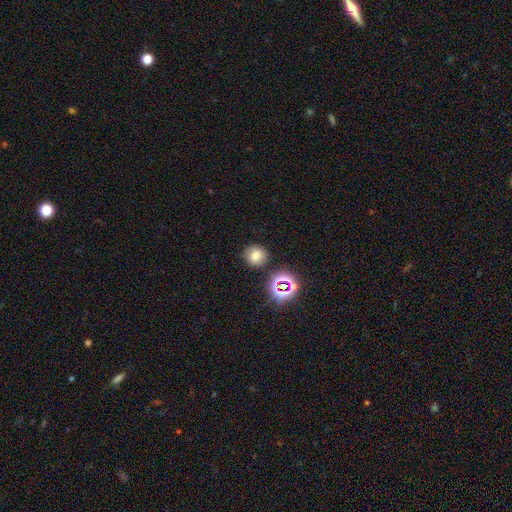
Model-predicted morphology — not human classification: Q: Smooth or featured?
A: smooth (69%); runner-up: star or artifact (21%)
Q: How rounded?
A: round (87%); runner-up: in between (12%)
Q: Merging?
A: none (84%); runner-up: minor disturbance (9%)